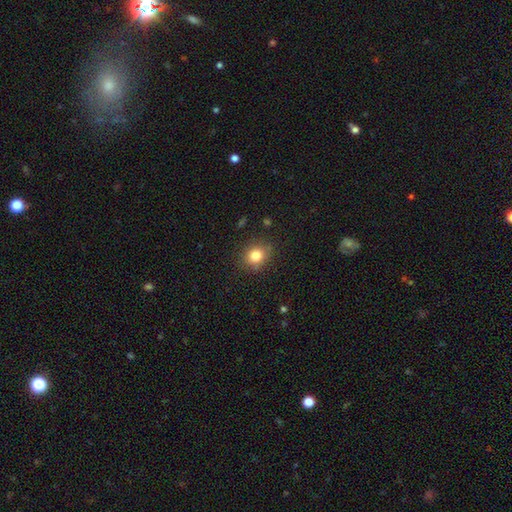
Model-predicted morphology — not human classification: A smooth galaxy with no disk features (81%) that is round (76%). Merging: none (86%).